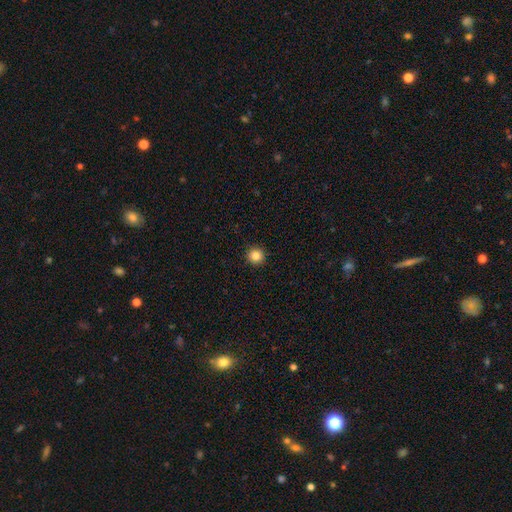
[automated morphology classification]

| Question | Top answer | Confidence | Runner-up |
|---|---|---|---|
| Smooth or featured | smooth | 85% | star or artifact (11%) |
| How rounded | round | 95% | in between (4%) |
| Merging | none | 93% | minor disturbance (4%) |